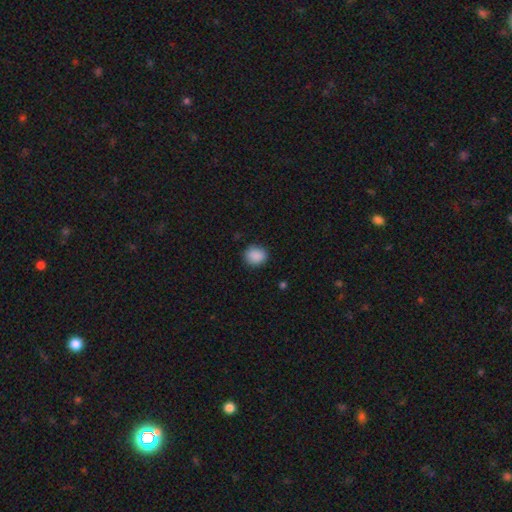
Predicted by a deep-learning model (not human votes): Smooth or featured: smooth — 89% (star or artifact — 8%)
How rounded: round — 78% (in between — 21%)
Merging: none — 87% (minor disturbance — 10%)